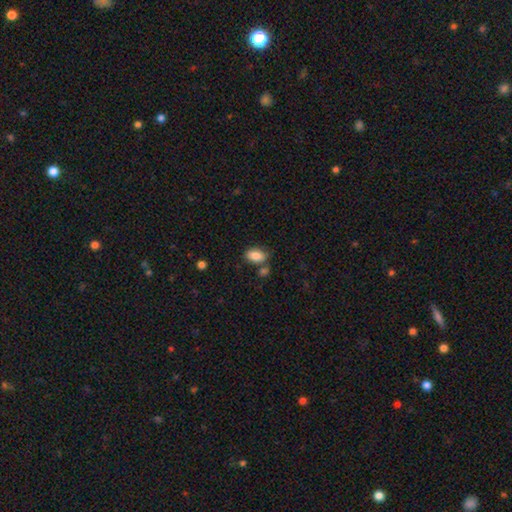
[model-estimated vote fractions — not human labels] Smooth or featured? Predicted: smooth (p=0.85). How rounded? Predicted: in between (p=0.92). Merging? Predicted: none (p=0.69).